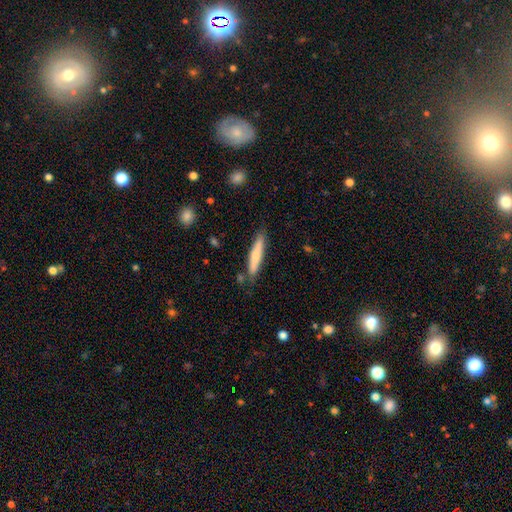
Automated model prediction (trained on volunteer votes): This is likely a smooth galaxy (69%). How rounded: clearly cigar-shaped (92%). Merging: clearly none (81%).